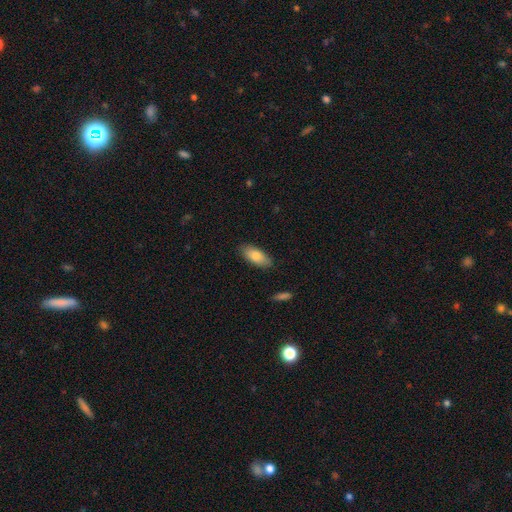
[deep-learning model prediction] smooth-or-featured: smooth: 81% | featured or disk: 13% | star or artifact: 6%
  how-rounded: in between: 86% | cigar-shaped: 12% | round: 2%
  merging: none: 85% | minor disturbance: 11% | major disturbance: 2% | merger: 1%